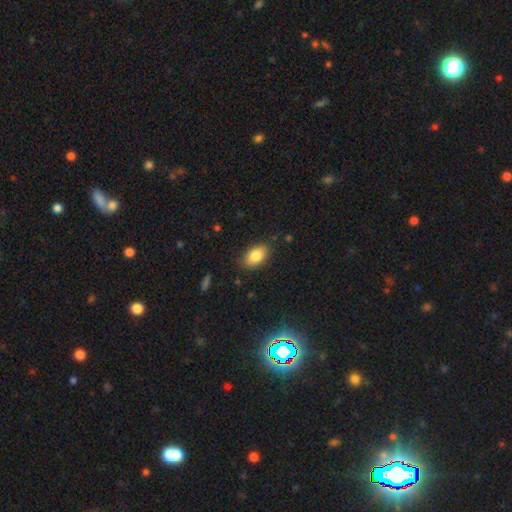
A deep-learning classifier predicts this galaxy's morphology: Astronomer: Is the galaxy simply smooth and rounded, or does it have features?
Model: smooth — 83%.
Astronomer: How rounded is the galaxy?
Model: in between — 90%.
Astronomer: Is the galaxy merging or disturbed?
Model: none — 85%.